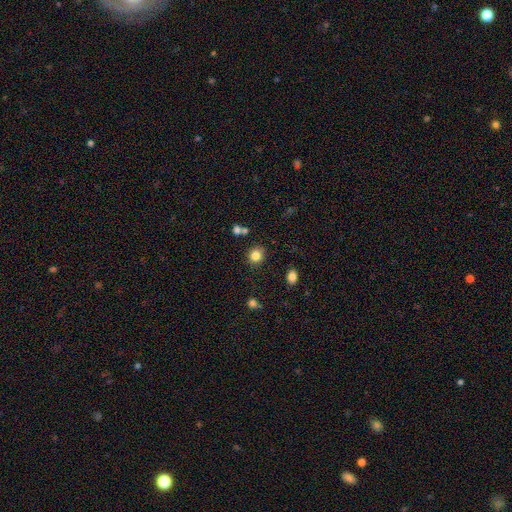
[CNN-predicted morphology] type=smooth (83%); roundness=round (79%); merging=none (81%).